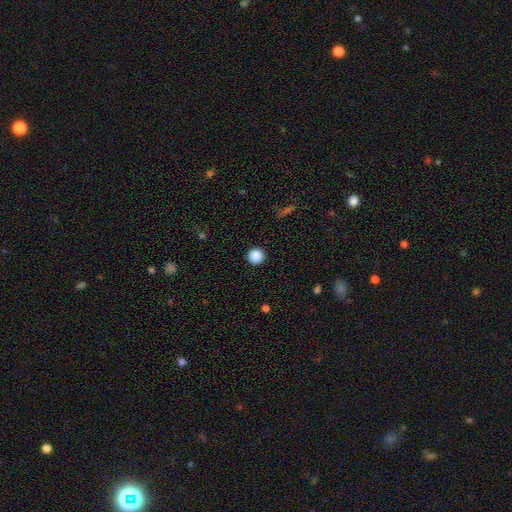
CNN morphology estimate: This is clearly a smooth galaxy (88%). How rounded: clearly round (95%). Merging: clearly none (92%).